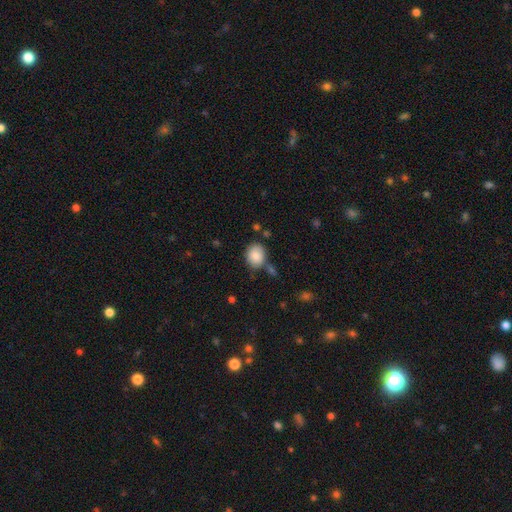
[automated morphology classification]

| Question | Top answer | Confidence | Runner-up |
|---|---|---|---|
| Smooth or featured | smooth | 86% | star or artifact (8%) |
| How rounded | round | 58% | in between (41%) |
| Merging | none | 68% | minor disturbance (17%) |